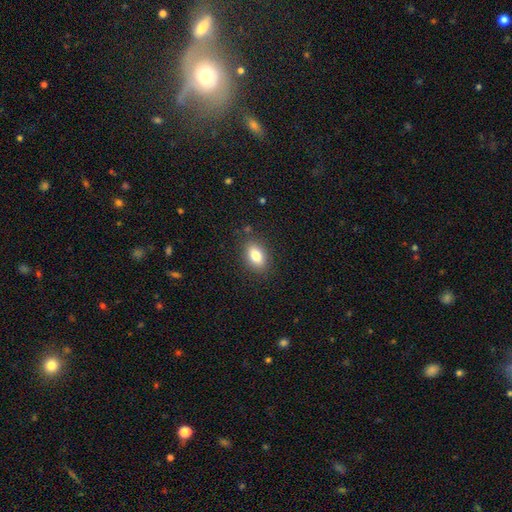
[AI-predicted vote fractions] Smooth or featured? Predicted: smooth (p=0.81). How rounded? Predicted: in between (p=0.87). Merging? Predicted: none (p=0.86).